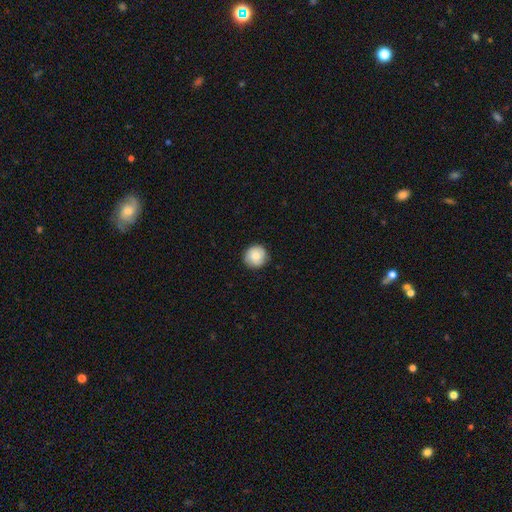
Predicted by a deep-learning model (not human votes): Smooth or featured?
  - smooth: 75% *
  - featured or disk: 17%
  - star or artifact: 8%
How rounded?
  - round: 93% *
  - in between: 6%
  - cigar-shaped: 1%
Merging?
  - none: 86% *
  - minor disturbance: 11%
  - major disturbance: 2%
  - merger: 1%